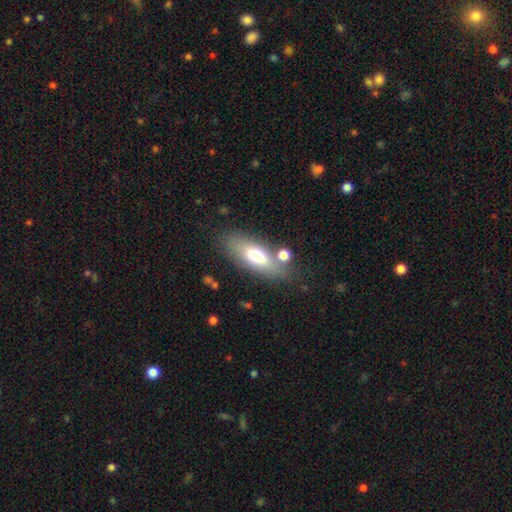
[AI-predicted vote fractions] Overall: smooth (71%). How rounded: in between (74%). Merging: none (70%).